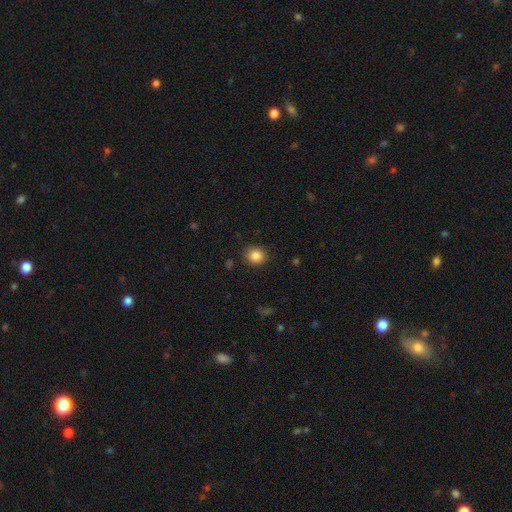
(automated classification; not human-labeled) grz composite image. It shows a smooth galaxy with no disk features (86%) that is round (81%). Merging: none (89%).